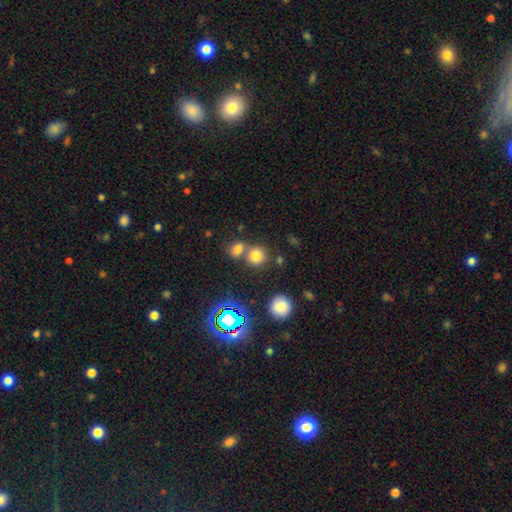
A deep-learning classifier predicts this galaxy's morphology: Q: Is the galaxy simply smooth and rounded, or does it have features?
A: smooth — 73%.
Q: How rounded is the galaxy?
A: round — 86%.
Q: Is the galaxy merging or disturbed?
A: none — 57%.